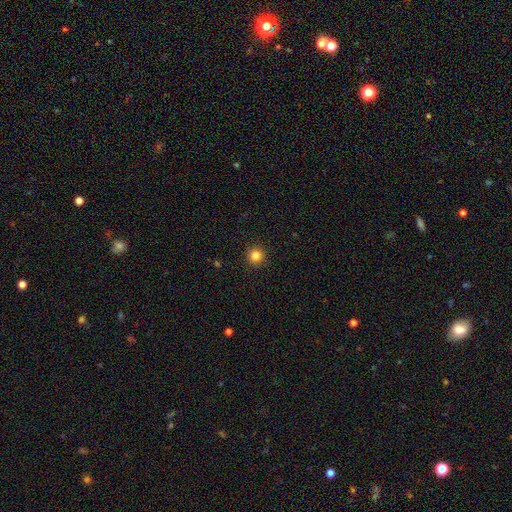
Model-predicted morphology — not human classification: Overall: smooth (84%). How rounded: round (95%). Merging: none (92%).